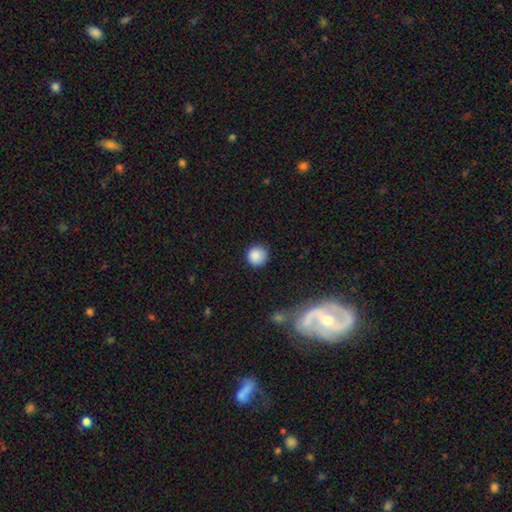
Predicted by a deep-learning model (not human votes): smooth 87%, star or artifact 9%, featured or disk 4%. Down the decision tree: how rounded — round (94%); merging — none (86%).